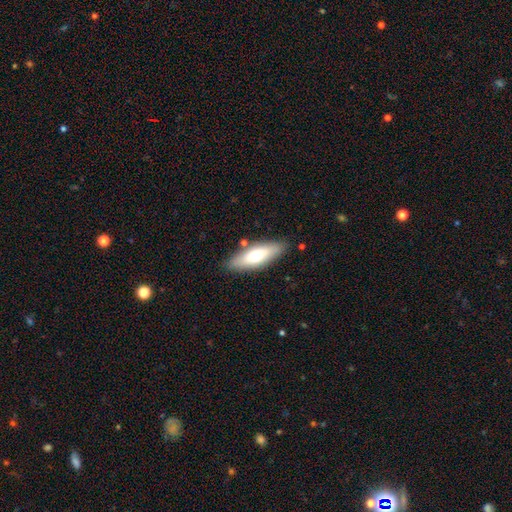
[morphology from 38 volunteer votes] Overall: smooth (63%; featured or disk 32%). How rounded: in between (67%; cigar-shaped 29%). Merging: none (81%).